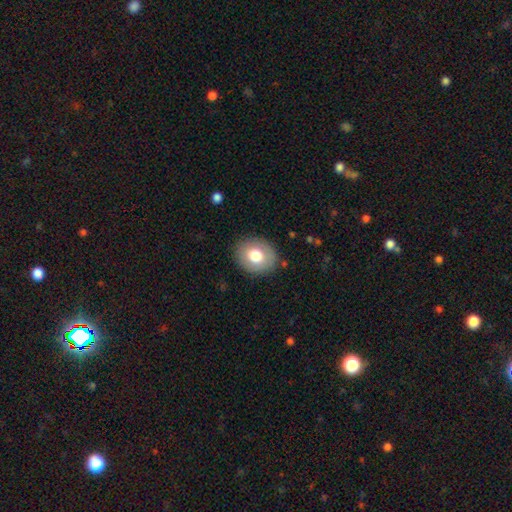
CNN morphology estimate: Q: Smooth or featured?
A: smooth (73%); runner-up: featured or disk (19%)
Q: How rounded?
A: round (54%); runner-up: in between (45%)
Q: Merging?
A: none (86%); runner-up: minor disturbance (9%)